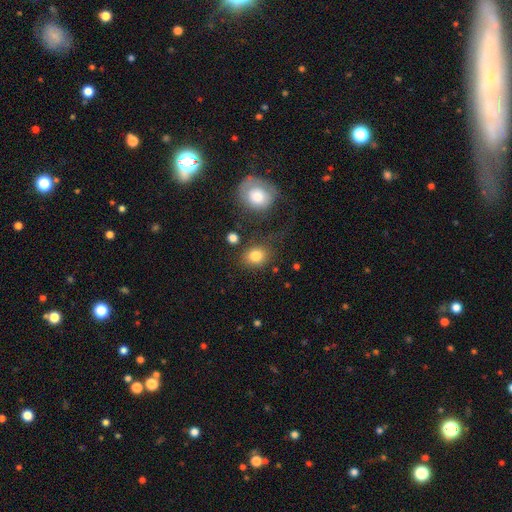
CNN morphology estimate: smooth 82%, star or artifact 10%, featured or disk 8%. Down the decision tree: how rounded — round (54%); merging — none (74%).